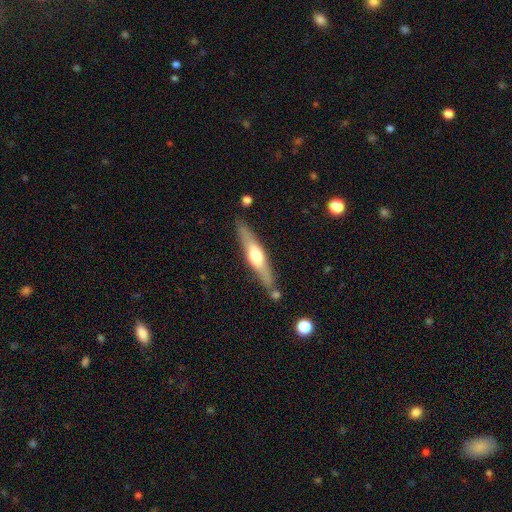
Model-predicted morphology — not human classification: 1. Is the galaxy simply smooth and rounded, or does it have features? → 55% featured or disk, 40% smooth, 5% star or artifact.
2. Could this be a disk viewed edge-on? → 91% yes, 9% no.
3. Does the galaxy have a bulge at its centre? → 89% rounded, 6% none, 5% boxy.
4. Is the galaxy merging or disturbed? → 79% none, 12% minor disturbance, 6% merger, 3% major disturbance.